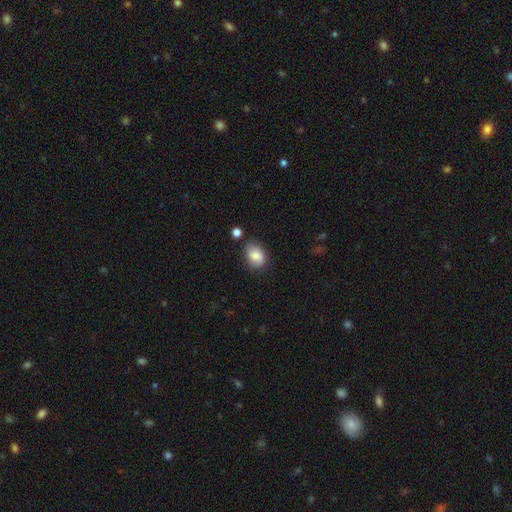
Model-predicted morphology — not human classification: A smooth galaxy with no disk features (78%) that is in between round and cigar-shaped (69%).

Vote fractions:
- Smooth or featured? smooth: 78% / featured or disk: 13% / star or artifact: 8%
- How rounded? in between: 69% / round: 29% / cigar-shaped: 1%
- Merging? none: 71% / minor disturbance: 20% / major disturbance: 5% / merger: 4%